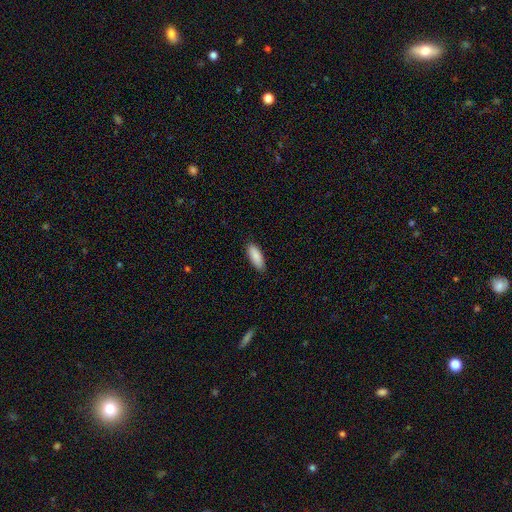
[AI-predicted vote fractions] A smooth galaxy with no disk features (89%) that is in between round and cigar-shaped (73%). Merging: none (88%).